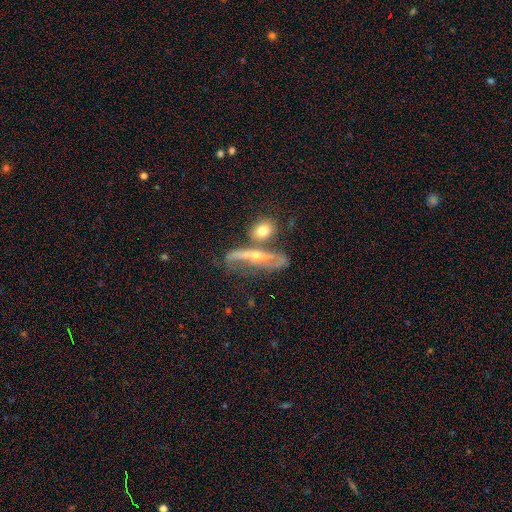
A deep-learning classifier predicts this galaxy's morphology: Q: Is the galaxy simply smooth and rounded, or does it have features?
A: featured or disk — 69%.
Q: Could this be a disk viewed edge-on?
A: yes — 57%.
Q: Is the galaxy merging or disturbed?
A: none — 44%.